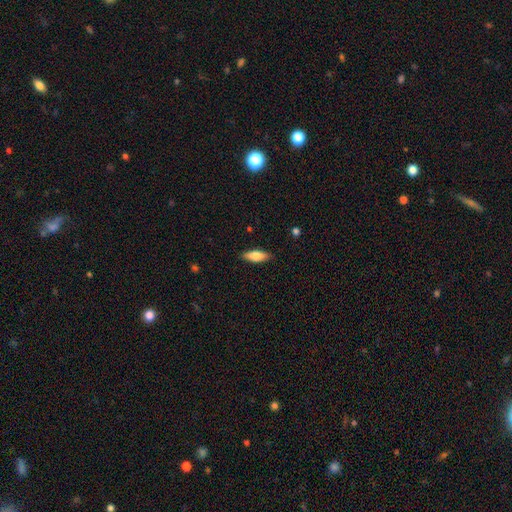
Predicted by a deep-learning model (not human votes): Smooth or featured?
  - smooth: 76% *
  - featured or disk: 18%
  - star or artifact: 6%
How rounded?
  - in between: 69% *
  - cigar-shaped: 28%
  - round: 2%
Merging?
  - none: 87% *
  - minor disturbance: 10%
  - major disturbance: 2%
  - merger: 1%